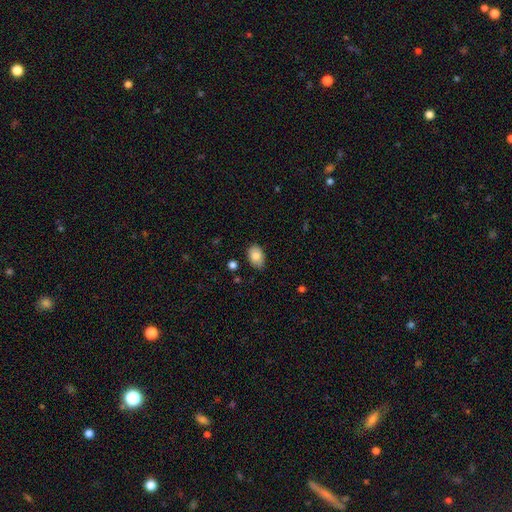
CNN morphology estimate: Smooth or featured?
  - smooth: 82% *
  - featured or disk: 11%
  - star or artifact: 7%
How rounded?
  - in between: 87% *
  - round: 12%
  - cigar-shaped: 1%
Merging?
  - none: 78% *
  - minor disturbance: 18%
  - major disturbance: 3%
  - merger: 2%